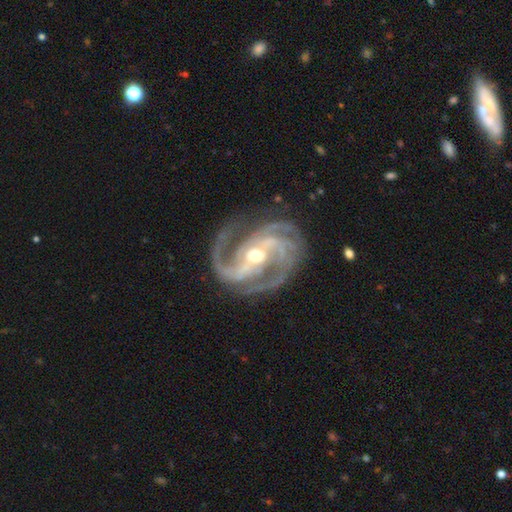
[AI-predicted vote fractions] smooth_or_featured: featured or disk (p=0.94) [alt: star or artifact p=0.04]
disk_edge_on: no (p=0.98) [alt: yes p=0.02]
bar: weak (p=0.39) [alt: strong p=0.38]
has_spiral_arms: yes (p=0.99) [alt: no p=0.01]
spiral_winding: medium (p=0.50) [alt: tight p=0.41]
spiral_arm_count: 3 (p=0.38) [alt: 2 p=0.35]
bulge_size: moderate (p=0.62) [alt: small p=0.33]
merging: none (p=0.75) [alt: minor disturbance p=0.15]